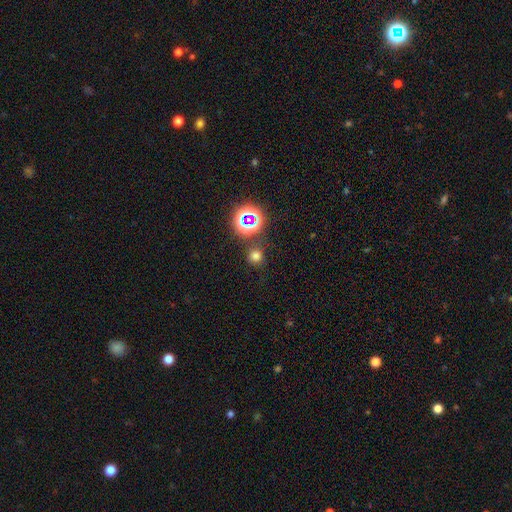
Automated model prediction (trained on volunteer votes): The model was most divided on "smooth or featured": smooth: 67%, star or artifact: 27%, featured or disk: 6%. More confident: how rounded — round (88%); merging — none (79%).